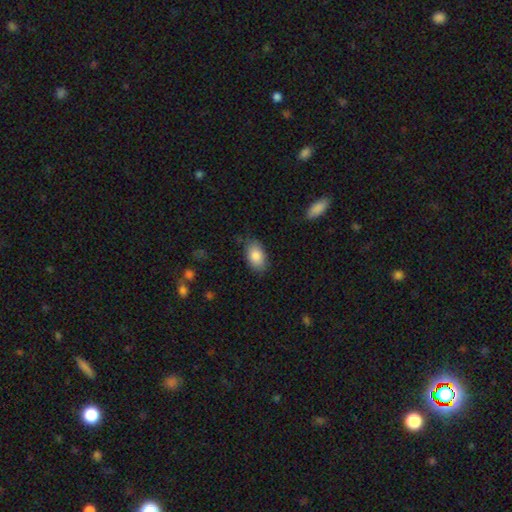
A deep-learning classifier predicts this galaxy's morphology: Q: Smooth or featured?
A: smooth (86%); runner-up: featured or disk (7%)
Q: How rounded?
A: in between (91%); runner-up: round (8%)
Q: Merging?
A: none (77%); runner-up: minor disturbance (18%)